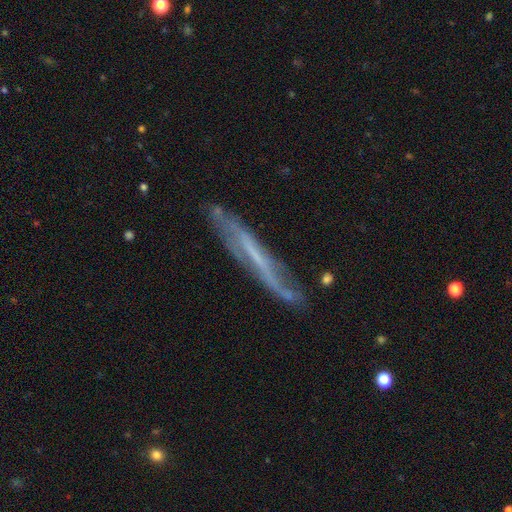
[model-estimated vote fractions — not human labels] Overall: featured or disk (67%). Edge-on disk: yes (72%). Merging: none (67%).